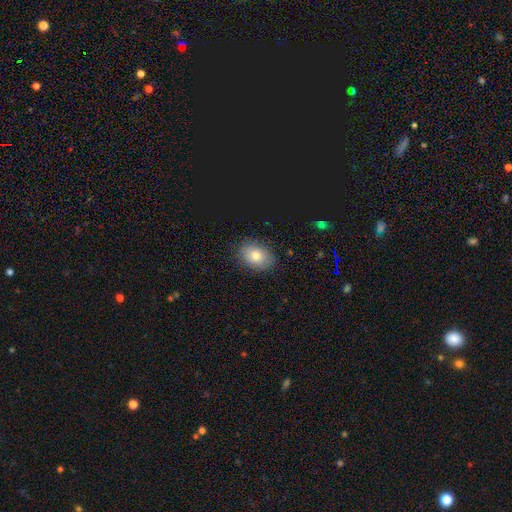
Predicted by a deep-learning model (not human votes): Smooth or featured: smooth — 78% (featured or disk — 12%)
How rounded: in between — 74% (round — 24%)
Merging: none — 85% (minor disturbance — 11%)